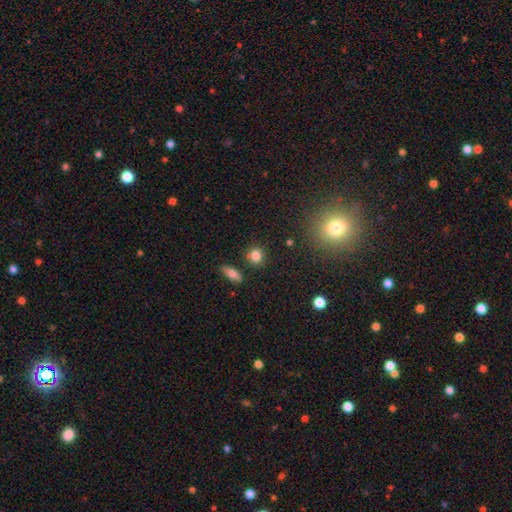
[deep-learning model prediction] smooth 82%, star or artifact 11%, featured or disk 7%. Down the decision tree: how rounded — round (79%); merging — none (81%).